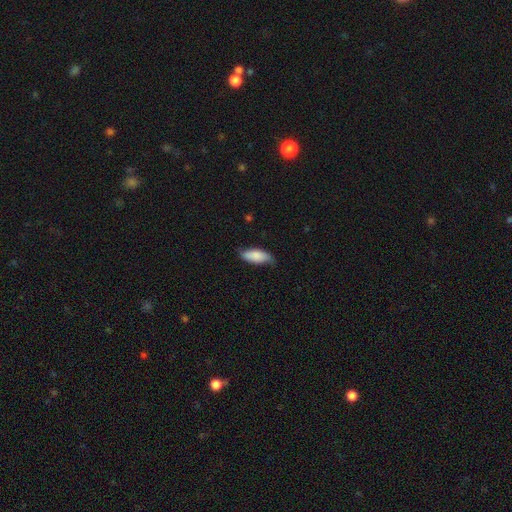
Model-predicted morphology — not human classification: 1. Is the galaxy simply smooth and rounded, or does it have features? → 84% smooth, 10% featured or disk, 6% star or artifact.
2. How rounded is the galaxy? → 80% in between, 18% cigar-shaped, 2% round.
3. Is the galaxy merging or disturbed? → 68% none, 27% minor disturbance, 4% major disturbance, 1% merger.